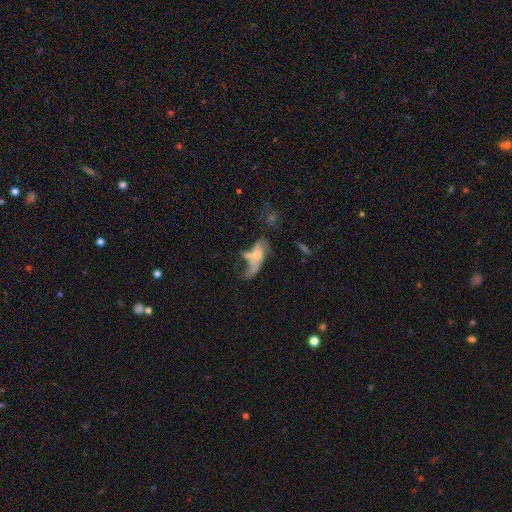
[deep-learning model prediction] This is possibly a featured or disk galaxy (51%). It is clearly not viewed edge-on (88%). Merging: marginally major disturbance (33%).